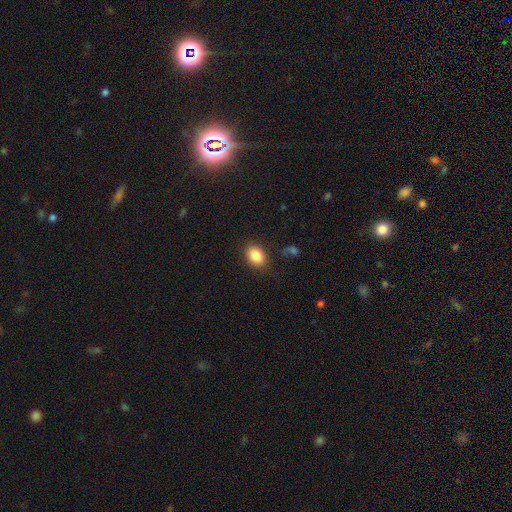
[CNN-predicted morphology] This appears to be a smooth galaxy with no disk features (86%) that is in between round and cigar-shaped (74%). Merging: none (83%).